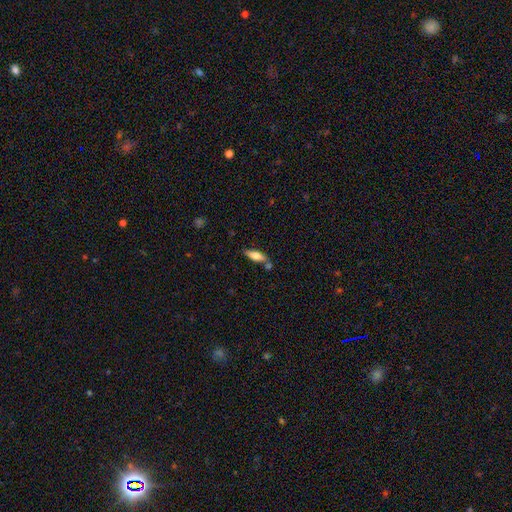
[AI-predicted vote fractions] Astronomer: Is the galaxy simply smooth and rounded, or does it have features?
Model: smooth — 68%.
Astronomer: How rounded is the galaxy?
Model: in between — 55% (runner-up: cigar-shaped, 43%).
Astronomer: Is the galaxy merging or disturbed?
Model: none — 69%.